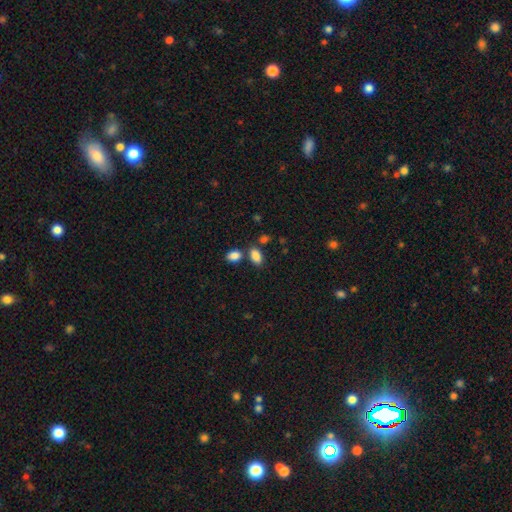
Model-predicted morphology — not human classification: This is clearly a smooth galaxy (86%). How rounded: clearly in between (90%). Merging: likely none (66%).